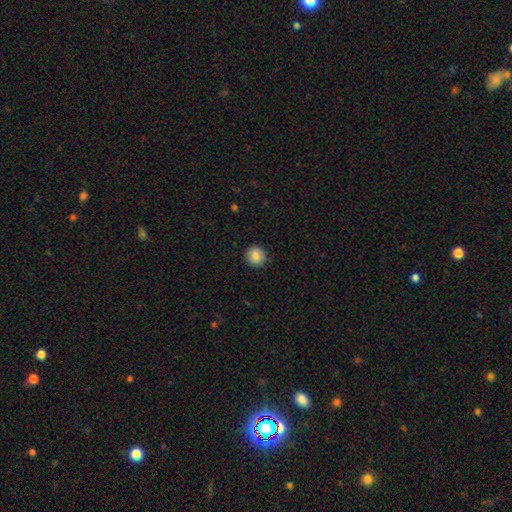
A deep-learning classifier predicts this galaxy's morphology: smooth-or-featured: smooth: 87% | star or artifact: 9% | featured or disk: 5%
  how-rounded: round: 91% | in between: 8% | cigar-shaped: 1%
  merging: none: 89% | minor disturbance: 8% | major disturbance: 2% | merger: 1%